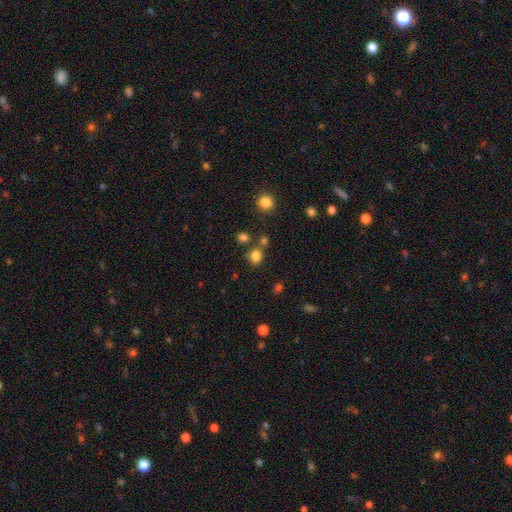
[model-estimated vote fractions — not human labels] smooth_or_featured: smooth (p=0.80) [alt: star or artifact p=0.14]
how_rounded: round (p=0.62) [alt: in between p=0.37]
merging: none (p=0.66) [alt: merger p=0.15]